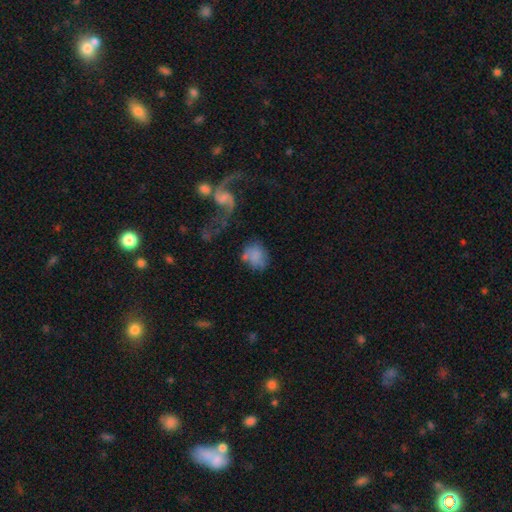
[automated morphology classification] This is possibly a smooth galaxy (59%). How rounded: possibly round (55%). Merging: marginally none (43%).